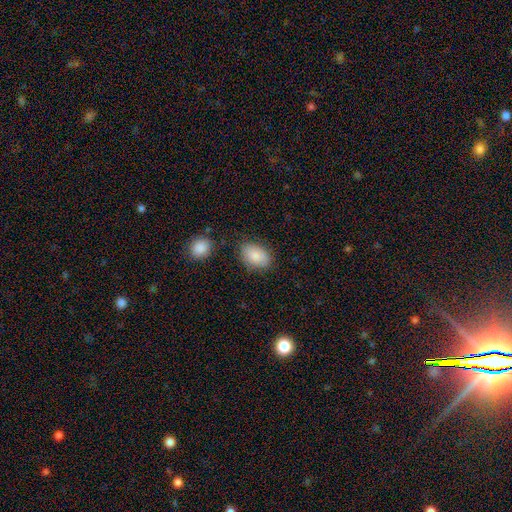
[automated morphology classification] A smooth galaxy with no disk features (86%) that is in between round and cigar-shaped (87%). Merging: none (77%).